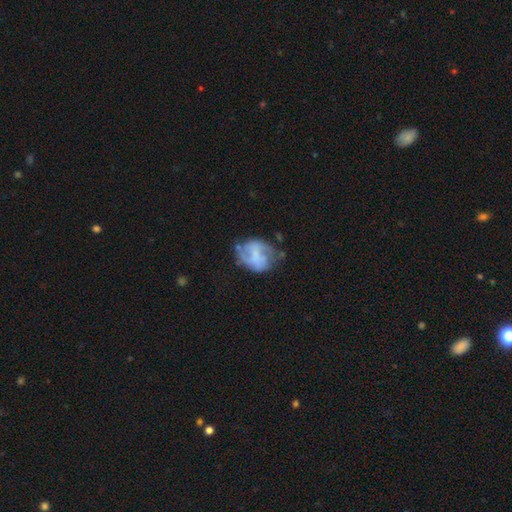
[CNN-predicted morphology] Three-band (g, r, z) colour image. It shows a featured or disk galaxy (60%) with no bar (52%), spiral arms (61%) and no central bulge (53%). Merging: none (46%).